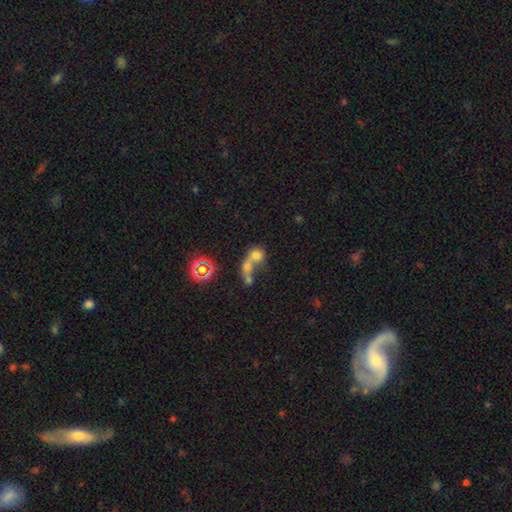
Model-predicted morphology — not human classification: Overall: smooth (60%; featured or disk 23%). How rounded: round (64%; in between 33%). Merging: merger (70%).